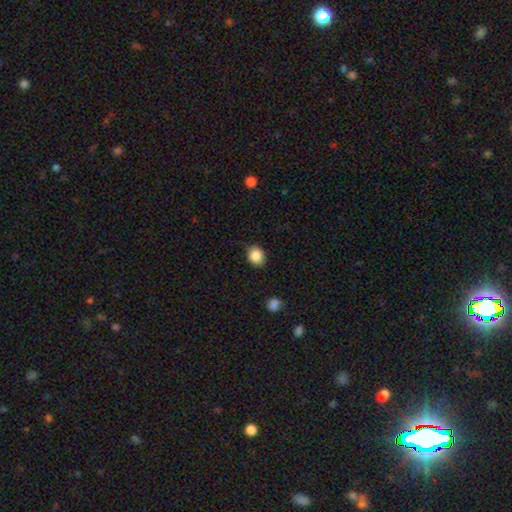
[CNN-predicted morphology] Overall: smooth (86%). How rounded: round (60%; in between 39%). Merging: none (87%).